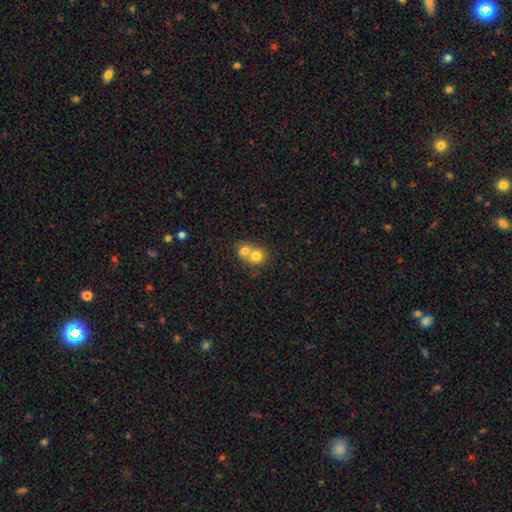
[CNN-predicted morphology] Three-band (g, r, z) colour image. It shows a smooth galaxy with no disk features (74%) that is round (72%). Merging: merger (69%).